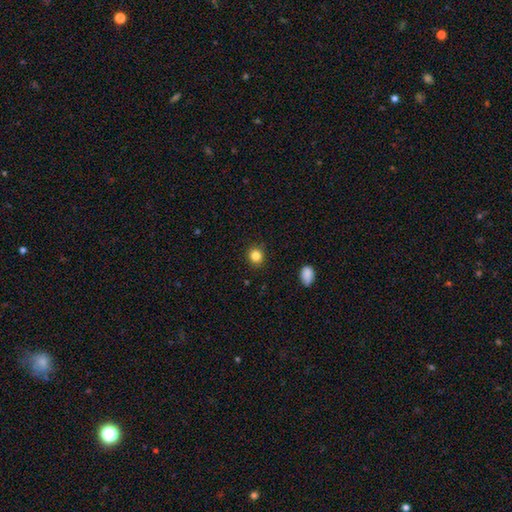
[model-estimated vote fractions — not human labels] A smooth galaxy with no disk features (84%) that is round (83%). Merging: none (90%).